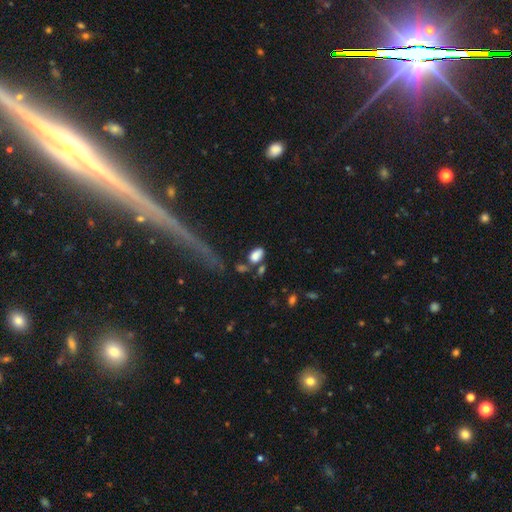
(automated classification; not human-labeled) smooth_or_featured: smooth (p=0.82) [alt: star or artifact p=0.09]
how_rounded: in between (p=0.91) [alt: round p=0.06]
merging: none (p=0.52) [alt: merger p=0.21]